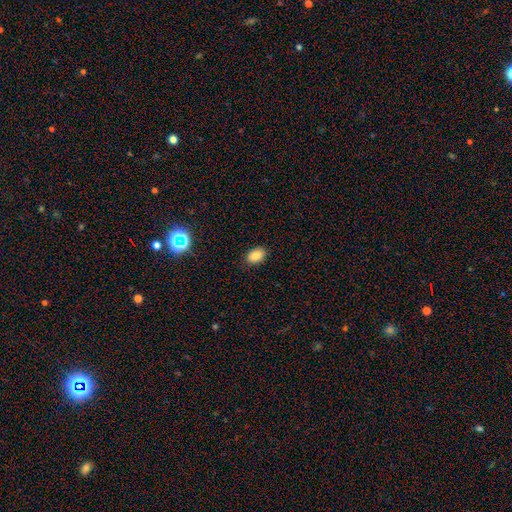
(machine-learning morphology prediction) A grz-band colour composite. It shows a smooth galaxy with no disk features (84%) that is in between round and cigar-shaped (86%). Merging: none (87%).